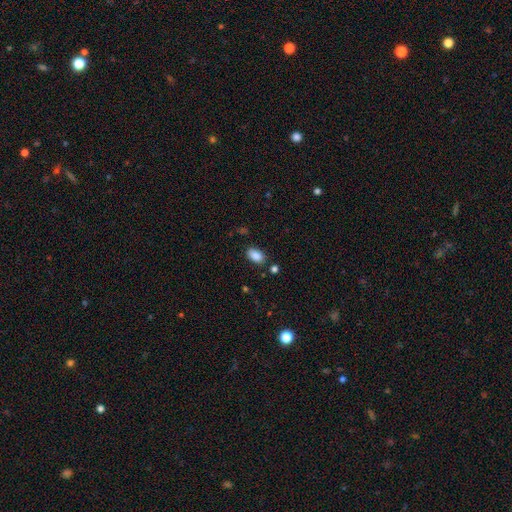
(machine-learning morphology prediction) smooth_or_featured: smooth (p=0.87) [alt: star or artifact p=0.08]
how_rounded: in between (p=0.92) [alt: round p=0.07]
merging: none (p=0.82) [alt: minor disturbance p=0.12]